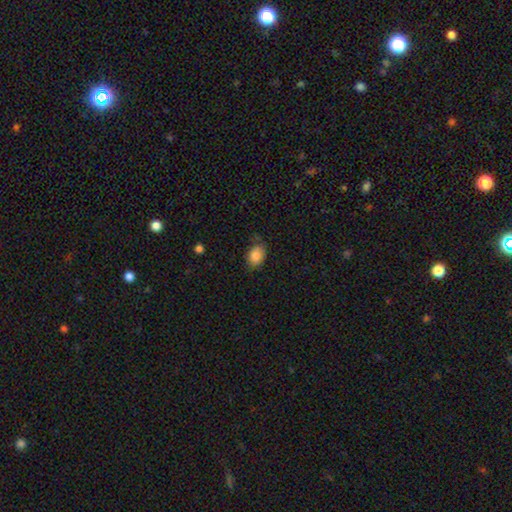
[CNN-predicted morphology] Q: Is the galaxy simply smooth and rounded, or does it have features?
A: smooth — 86%.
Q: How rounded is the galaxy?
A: in between — 73%.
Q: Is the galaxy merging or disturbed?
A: none — 74%.